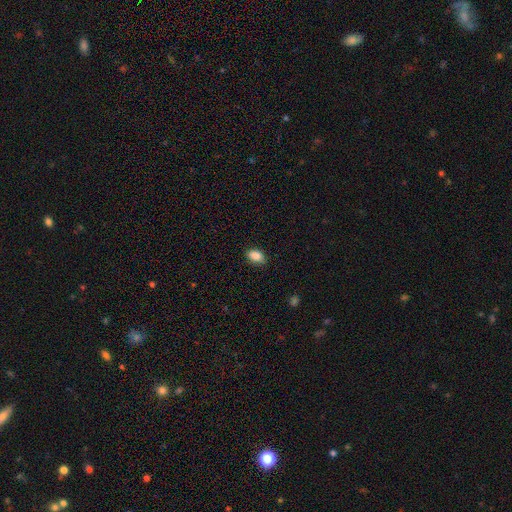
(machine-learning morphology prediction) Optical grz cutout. It shows a smooth galaxy with no disk features (87%) that is in between round and cigar-shaped (88%). Merging: none (86%).